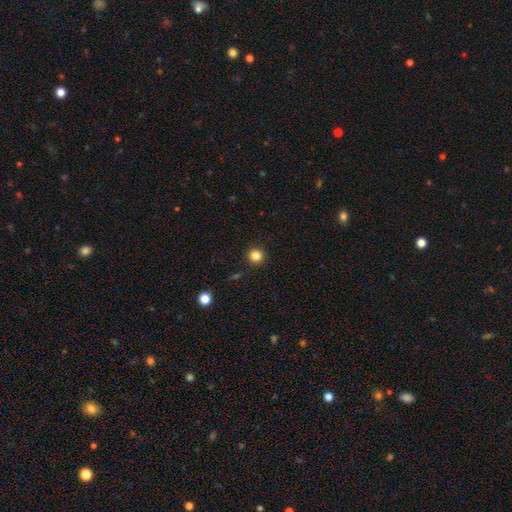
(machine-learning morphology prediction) This is clearly a smooth galaxy (84%). How rounded: clearly round (95%). Merging: clearly none (92%).